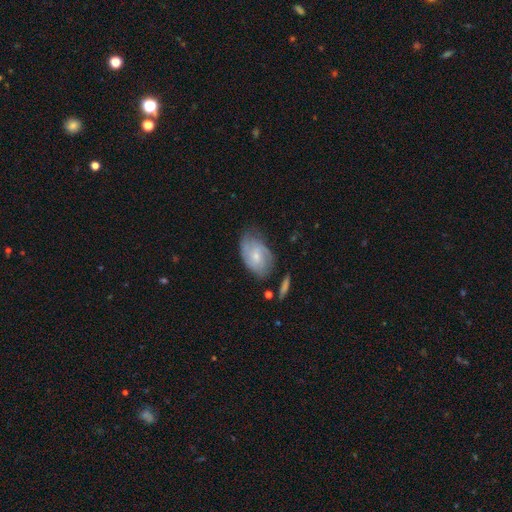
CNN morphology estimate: This appears to be a featured or disk galaxy (57%) with no bar (59%), spiral arms (84%) and a small central bulge (63%). Merging: none (58%).